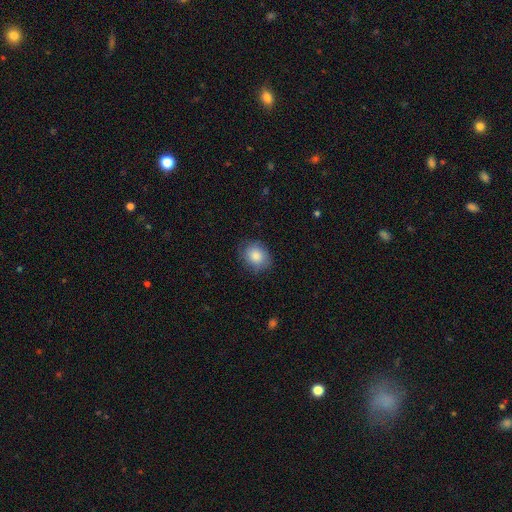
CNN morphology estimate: A smooth galaxy with no disk features (84%) that is round (60%).

Vote fractions:
- Smooth or featured? smooth: 84% / star or artifact: 8% / featured or disk: 8%
- How rounded? round: 60% / in between: 39% / cigar-shaped: 1%
- Merging? none: 80% / minor disturbance: 15% / major disturbance: 3% / merger: 1%